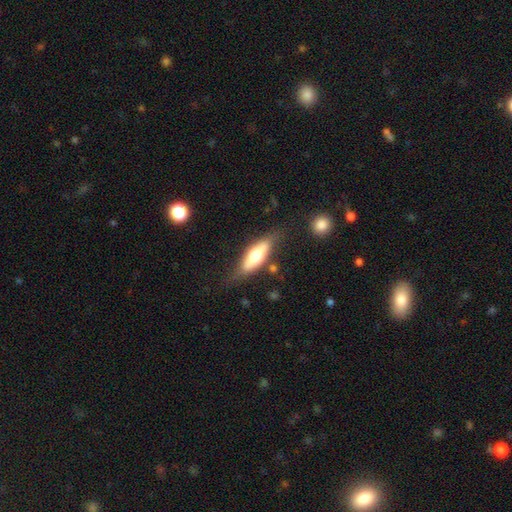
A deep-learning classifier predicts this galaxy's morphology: smooth 52%, featured or disk 42%, star or artifact 6%. Down the decision tree: how rounded — in between (52%); merging — none (71%).